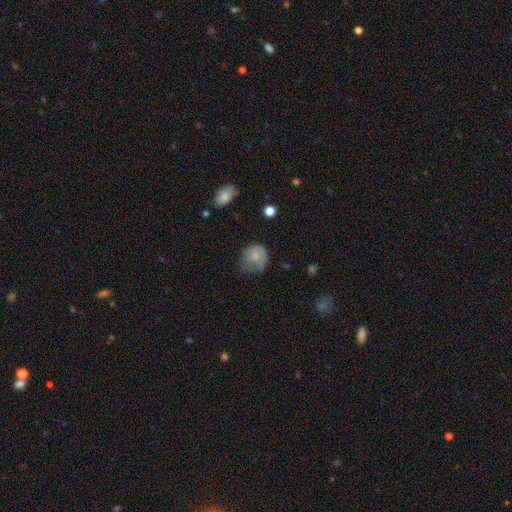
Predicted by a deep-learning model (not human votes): Q: Smooth or featured?
A: smooth (74%); runner-up: featured or disk (18%)
Q: How rounded?
A: round (74%); runner-up: in between (25%)
Q: Merging?
A: minor disturbance (38%); runner-up: none (36%)